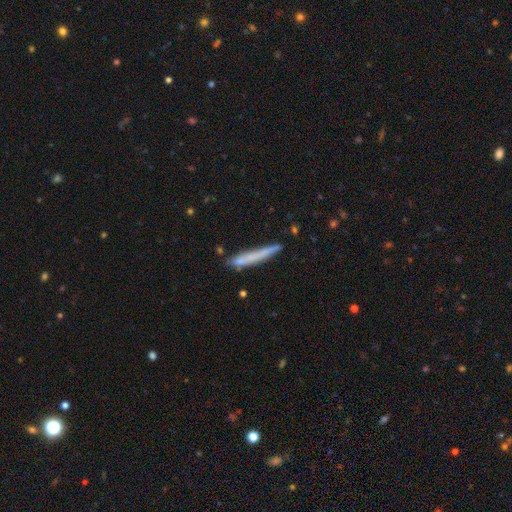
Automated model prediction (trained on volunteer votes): This appears to be a smooth galaxy with no disk features (66%) that is cigar-shaped (96%). Merging: none (77%).